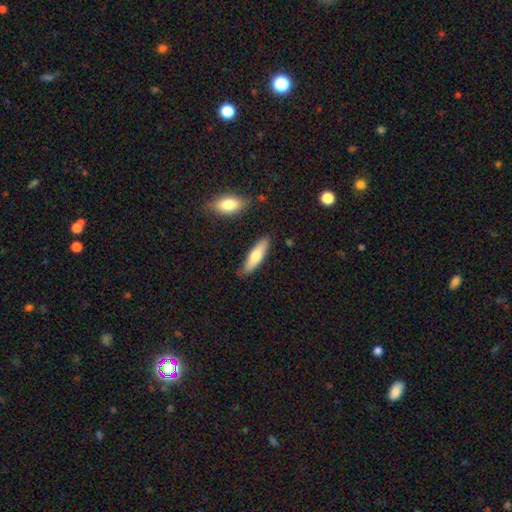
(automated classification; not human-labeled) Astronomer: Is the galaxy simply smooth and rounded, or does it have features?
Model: smooth — 67%.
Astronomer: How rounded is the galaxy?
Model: cigar-shaped — 61% (runner-up: in between, 37%).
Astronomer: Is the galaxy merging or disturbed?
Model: none — 84%.